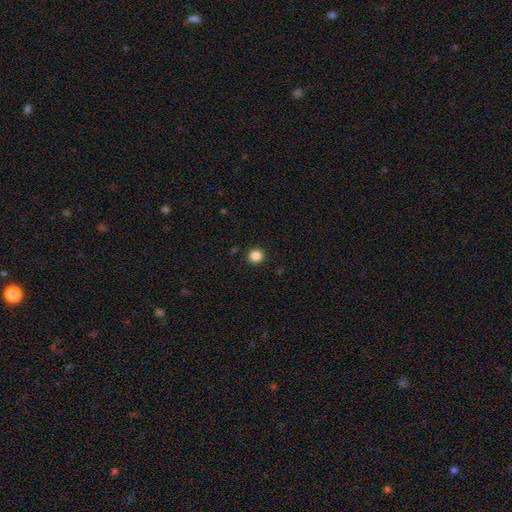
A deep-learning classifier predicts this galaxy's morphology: A smooth galaxy with no disk features (86%) that is round (94%).

Vote fractions:
- Smooth or featured? smooth: 86% / star or artifact: 11% / featured or disk: 3%
- How rounded? round: 94% / in between: 5% / cigar-shaped: 1%
- Merging? none: 93% / minor disturbance: 4% / major disturbance: 2% / merger: 1%